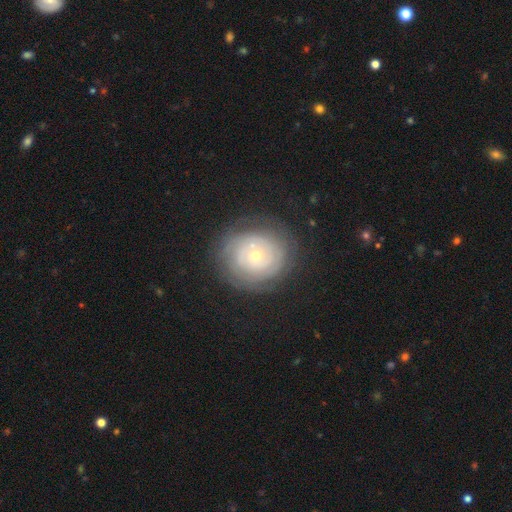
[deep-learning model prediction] Morphology: type=featured or disk (63%); edge-on=no (97%); bar=no (87%); spiral arms=yes (70%); bulge=small (62%); merging=none (78%).